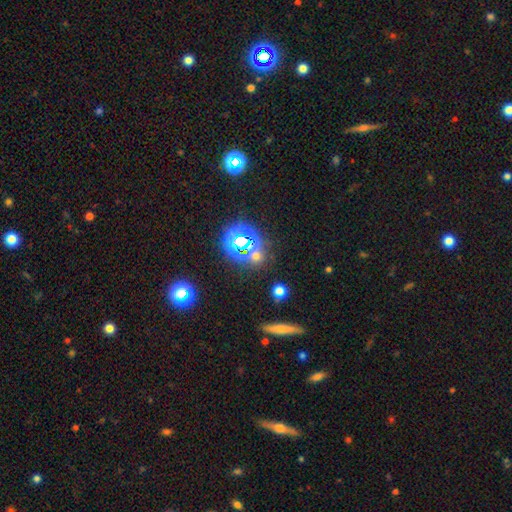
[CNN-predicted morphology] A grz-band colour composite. It shows a star or artifact, not a galaxy (58%).